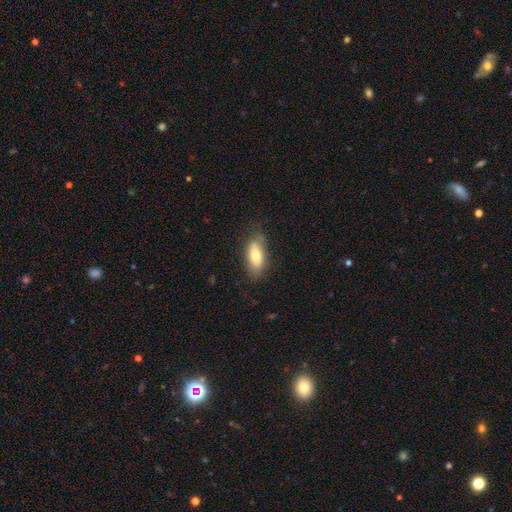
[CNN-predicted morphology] Overall: smooth (77%). How rounded: in between (80%). Merging: none (71%).